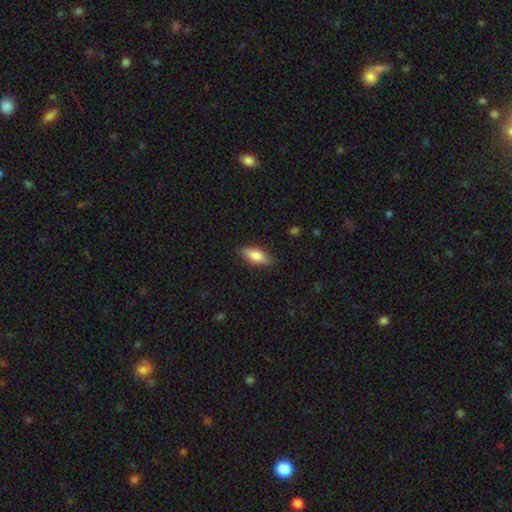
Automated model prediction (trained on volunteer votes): This is likely a smooth galaxy (77%). How rounded: likely in between (77%). Merging: clearly none (84%).